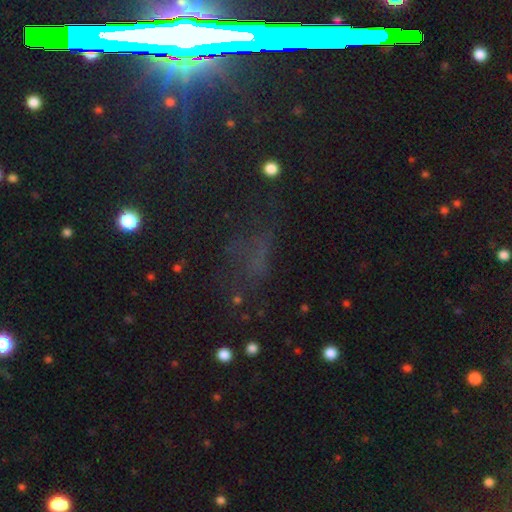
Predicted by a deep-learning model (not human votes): Smooth or featured: star or artifact — 56% (smooth — 24%)